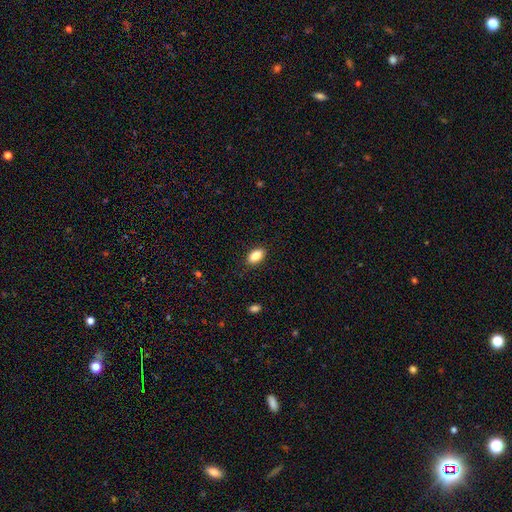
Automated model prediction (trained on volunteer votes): This is clearly a smooth galaxy (86%). How rounded: clearly in between (91%). Merging: clearly none (88%).